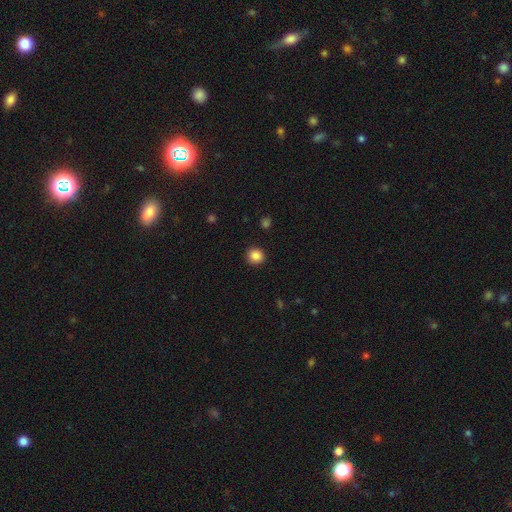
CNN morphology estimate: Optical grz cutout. It shows a smooth galaxy with no disk features (87%) that is round (88%). Merging: none (91%).